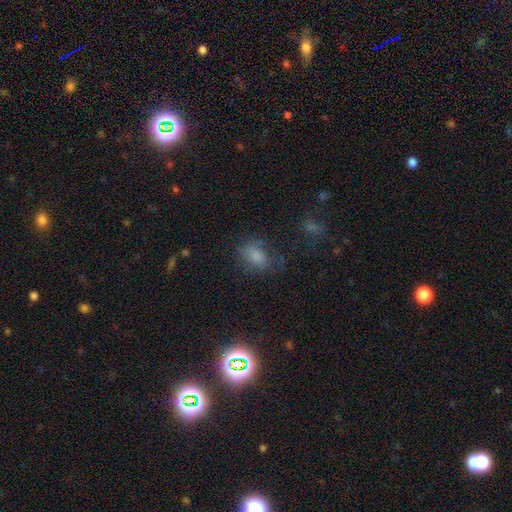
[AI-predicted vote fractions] smooth 76%, star or artifact 14%, featured or disk 10%. Down the decision tree: how rounded — in between (77%); merging — none (60%).